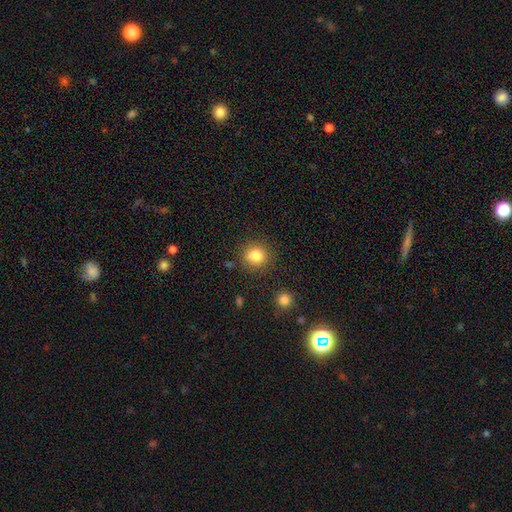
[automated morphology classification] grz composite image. It shows a smooth galaxy with no disk features (83%) that is round (85%). Merging: none (83%).